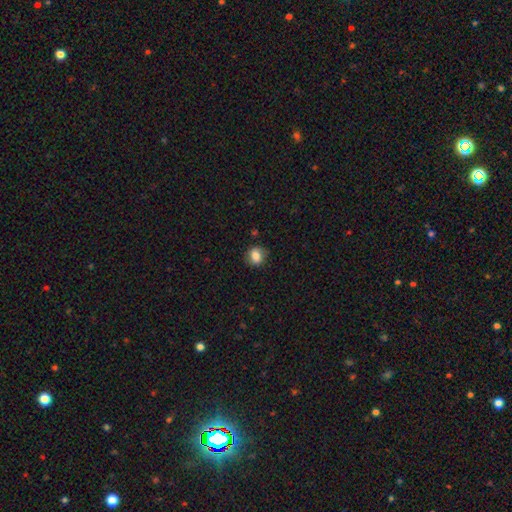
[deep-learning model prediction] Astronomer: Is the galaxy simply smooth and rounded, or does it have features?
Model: smooth — 81%.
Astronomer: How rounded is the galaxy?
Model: round — 63%.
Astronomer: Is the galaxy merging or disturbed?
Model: none — 80%.